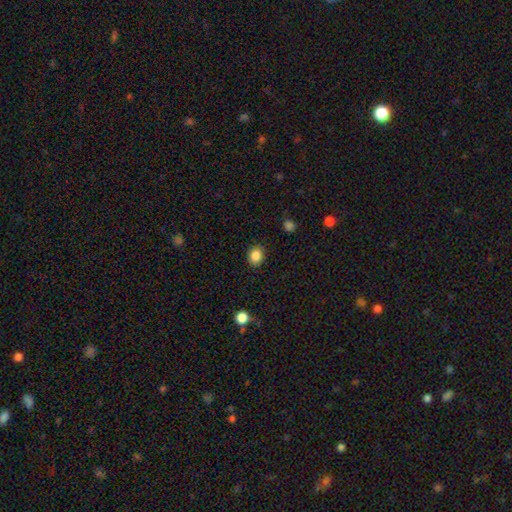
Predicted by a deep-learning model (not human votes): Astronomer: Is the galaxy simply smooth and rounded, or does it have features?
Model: smooth — 85%.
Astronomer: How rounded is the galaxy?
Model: round — 57% (runner-up: in between, 42%).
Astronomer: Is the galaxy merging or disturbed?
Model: none — 88%.